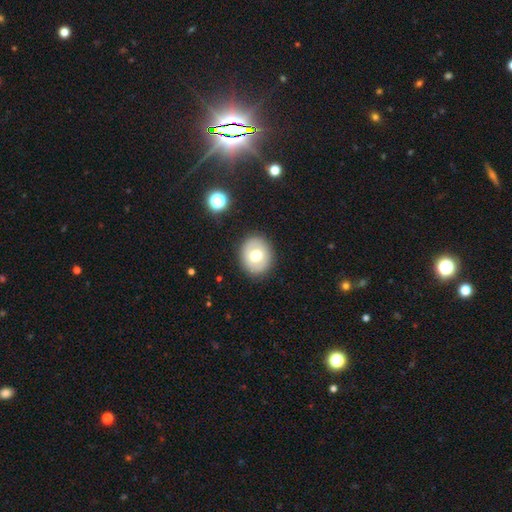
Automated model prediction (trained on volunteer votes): smooth-or-featured: smooth: 64% | featured or disk: 27% | star or artifact: 9%
  how-rounded: round: 68% | in between: 31% | cigar-shaped: 1%
  merging: none: 89% | minor disturbance: 7% | major disturbance: 3% | merger: 1%